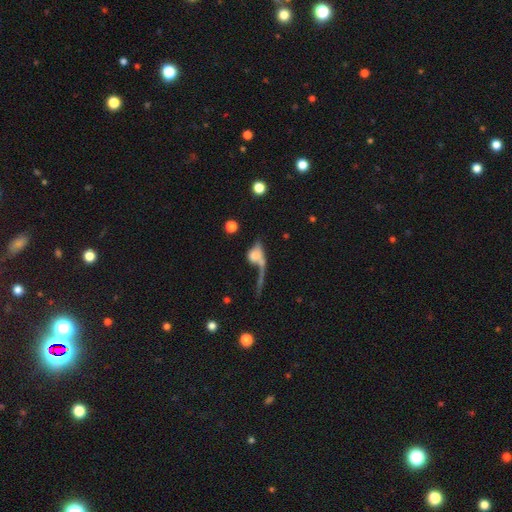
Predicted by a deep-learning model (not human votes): This appears to be a smooth galaxy with no disk features (55%) that is in between round and cigar-shaped (49%). Merging: merger (35%).